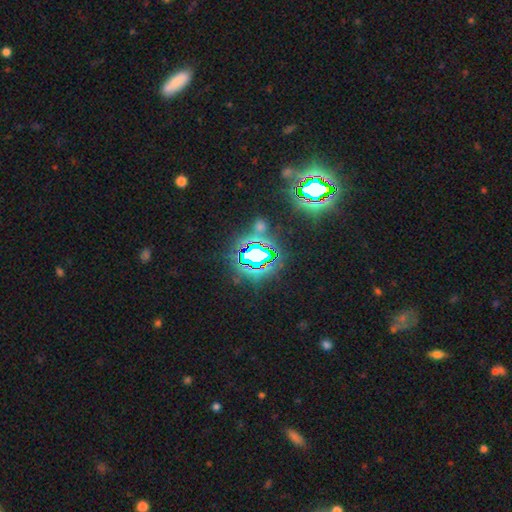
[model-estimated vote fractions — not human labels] Smooth or featured?
  - star or artifact: 77% *
  - smooth: 13%
  - featured or disk: 10%